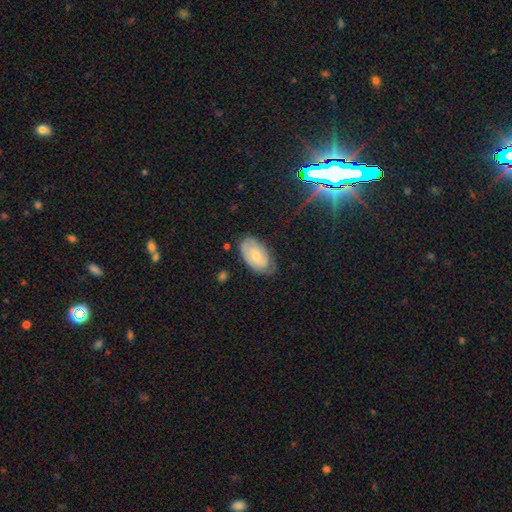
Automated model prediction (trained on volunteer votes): A featured or disk galaxy (48%).

Vote fractions:
- Smooth or featured? featured or disk: 48% / smooth: 45% / star or artifact: 7%
- Merging? none: 64% / minor disturbance: 27% / major disturbance: 7% / merger: 2%